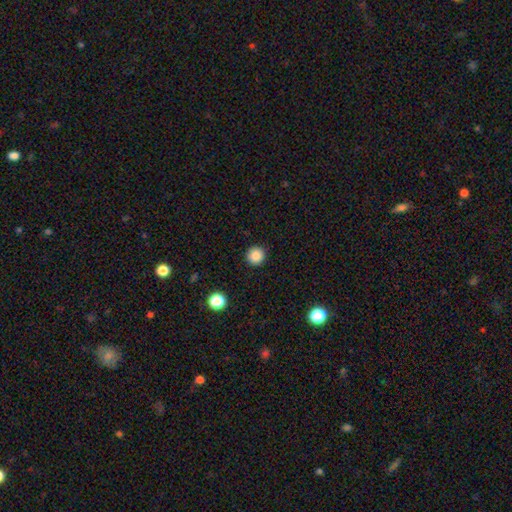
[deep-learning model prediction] The model was most divided on "smooth or featured": smooth: 87%, star or artifact: 10%, featured or disk: 3%. More confident: how rounded — round (95%); merging — none (93%).